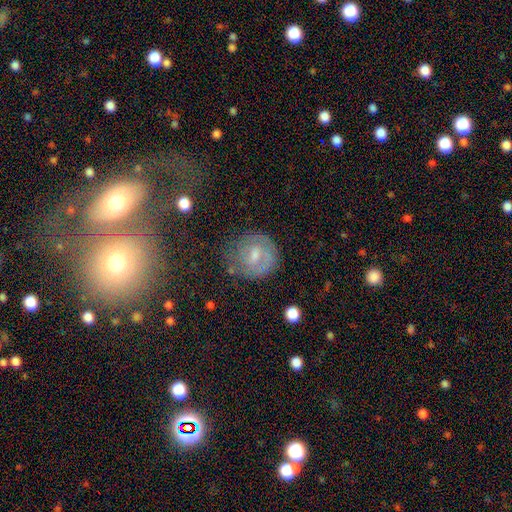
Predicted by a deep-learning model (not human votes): Q: Smooth or featured?
A: featured or disk (46%); runner-up: smooth (44%)
Q: Merging?
A: none (63%); runner-up: minor disturbance (22%)